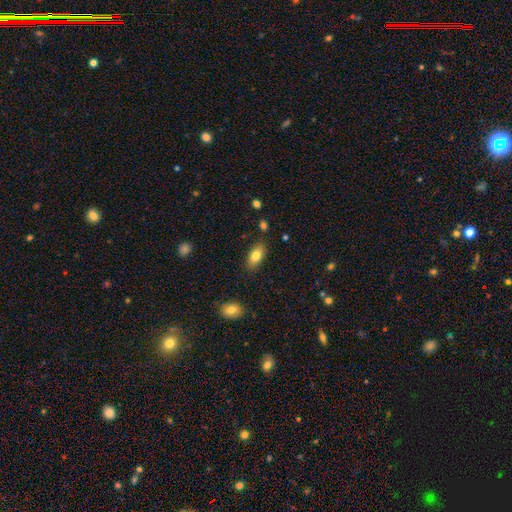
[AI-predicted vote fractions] Smooth or featured: smooth — 80% (featured or disk — 12%)
How rounded: in between — 89% (cigar-shaped — 7%)
Merging: none — 83% (minor disturbance — 12%)